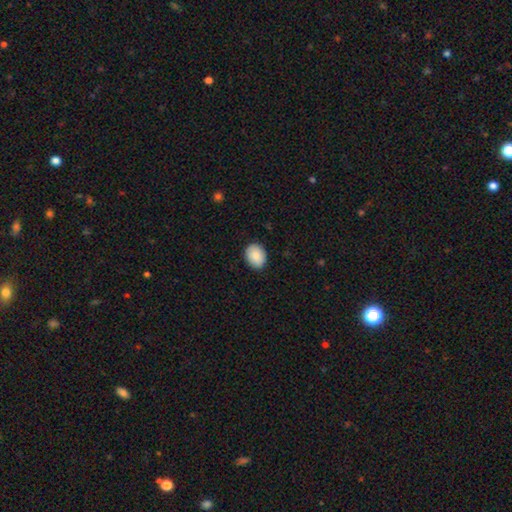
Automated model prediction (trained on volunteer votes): Morphology: type=smooth (88%); roundness=in between (61%); merging=none (89%).